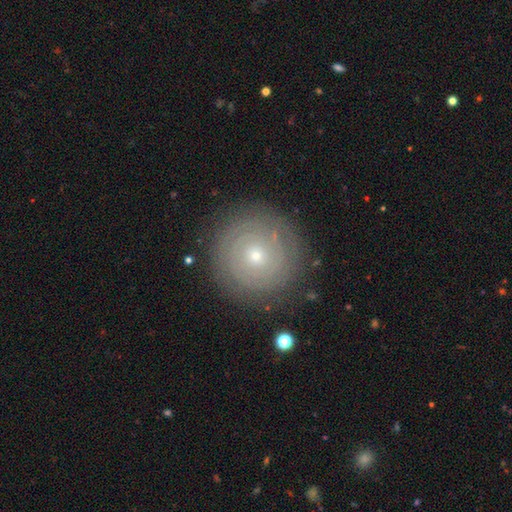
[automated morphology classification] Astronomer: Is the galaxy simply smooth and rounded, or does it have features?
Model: featured or disk — 67%.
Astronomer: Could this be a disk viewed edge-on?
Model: no — 97%.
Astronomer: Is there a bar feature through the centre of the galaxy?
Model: no — 84%.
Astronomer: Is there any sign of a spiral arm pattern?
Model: yes — 85%.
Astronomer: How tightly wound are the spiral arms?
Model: tight — 88%.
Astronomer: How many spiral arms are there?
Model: can't tell — 39% (runner-up: 2, 30%).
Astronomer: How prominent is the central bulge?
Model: small — 77%.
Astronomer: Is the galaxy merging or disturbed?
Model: none — 87%.